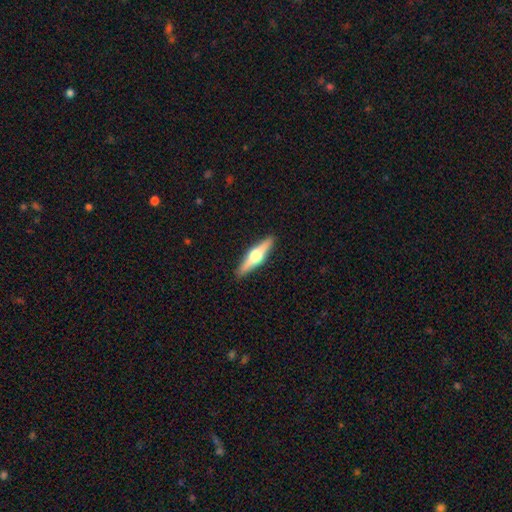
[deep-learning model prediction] A featured or disk galaxy (66%) viewed edge-on (97%) with a rounded central bulge (95%).

Vote fractions:
- Smooth or featured? featured or disk: 66% / smooth: 28% / star or artifact: 5%
- Edge-on disk? yes: 97% / no: 3%
- Edge-on bulge? rounded: 95% / boxy: 4% / none: 2%
- Merging? none: 91% / minor disturbance: 7% / major disturbance: 1% / merger: 1%